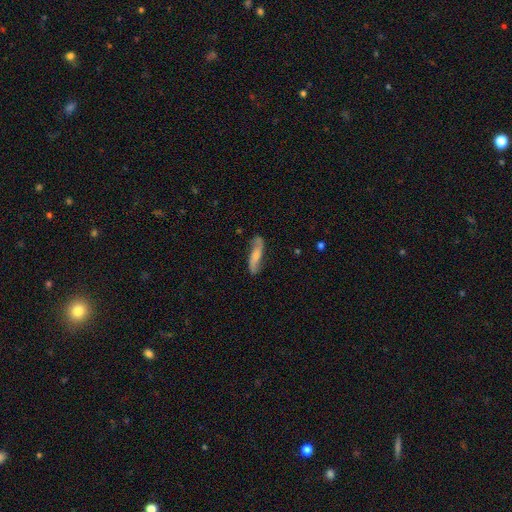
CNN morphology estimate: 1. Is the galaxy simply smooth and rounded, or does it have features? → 53% featured or disk, 41% smooth, 6% star or artifact.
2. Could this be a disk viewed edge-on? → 75% no, 25% yes.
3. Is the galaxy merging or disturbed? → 75% none, 18% minor disturbance, 5% major disturbance, 2% merger.